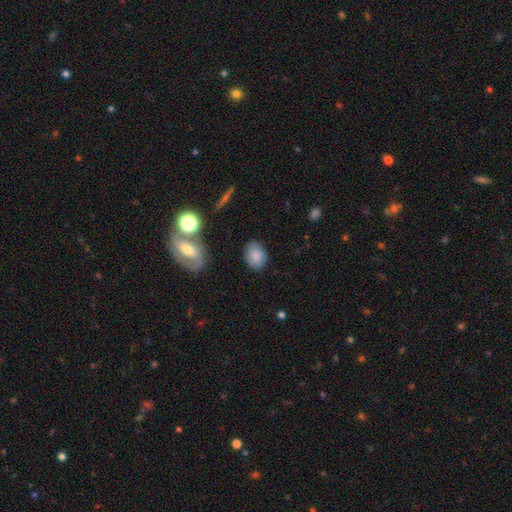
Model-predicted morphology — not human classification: type=smooth (83%); roundness=in between (68%); merging=none (83%).